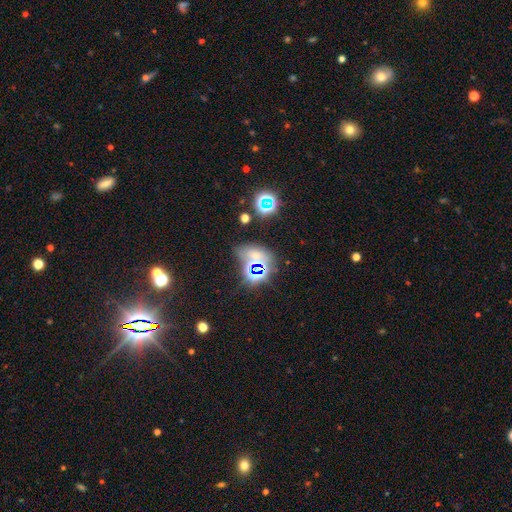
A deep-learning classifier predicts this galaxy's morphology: star or artifact 54%, smooth 35%, featured or disk 11%.